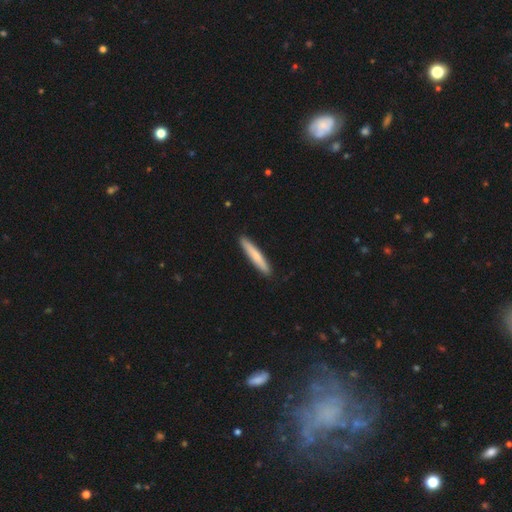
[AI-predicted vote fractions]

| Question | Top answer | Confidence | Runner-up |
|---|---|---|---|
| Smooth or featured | smooth | 72% | featured or disk (24%) |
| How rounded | cigar-shaped | 94% | in between (5%) |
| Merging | none | 91% | minor disturbance (6%) |